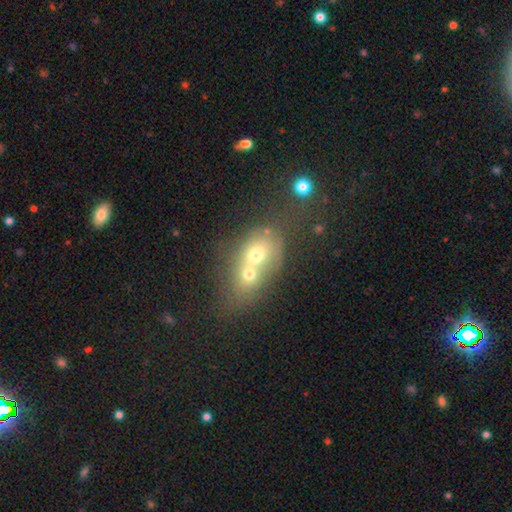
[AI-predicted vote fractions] A smooth galaxy with no disk features (60%) that is in between round and cigar-shaped (58%).

Vote fractions:
- Smooth or featured? smooth: 60% / featured or disk: 28% / star or artifact: 13%
- How rounded? in between: 58% / round: 40% / cigar-shaped: 3%
- Merging? merger: 71% / none: 17% / minor disturbance: 6% / major disturbance: 5%